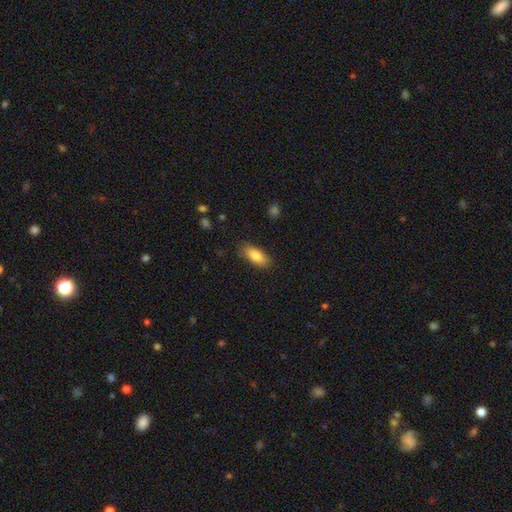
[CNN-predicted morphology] This appears to be a smooth galaxy with no disk features (83%) that is in between round and cigar-shaped (78%). Merging: none (85%).